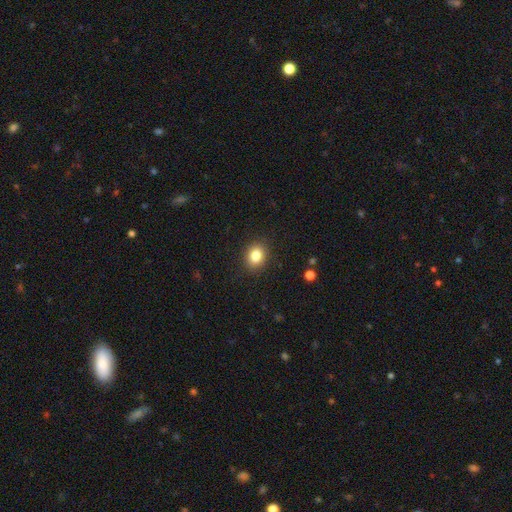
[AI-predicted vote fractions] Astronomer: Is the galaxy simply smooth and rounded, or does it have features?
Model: smooth — 84%.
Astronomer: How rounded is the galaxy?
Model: round — 55% (runner-up: in between, 44%).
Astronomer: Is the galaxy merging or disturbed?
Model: none — 89%.